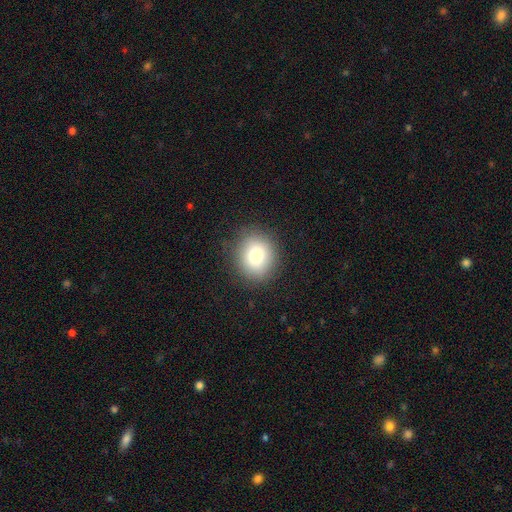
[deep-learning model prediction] Q: Smooth or featured?
A: smooth (82%); runner-up: star or artifact (10%)
Q: How rounded?
A: round (73%); runner-up: in between (26%)
Q: Merging?
A: none (86%); runner-up: minor disturbance (10%)